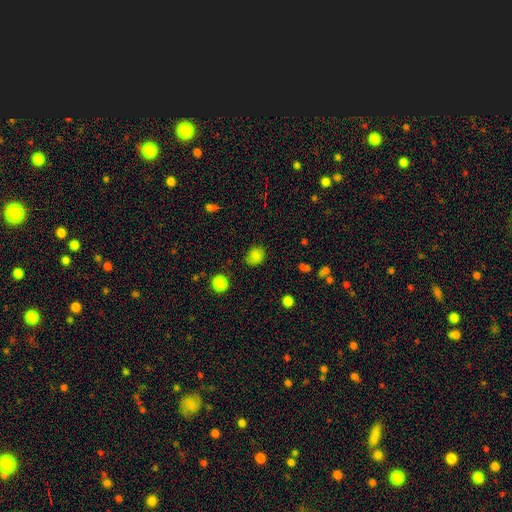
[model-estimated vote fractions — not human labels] Overall: smooth (81%). How rounded: round (59%; in between 40%). Merging: none (72%).